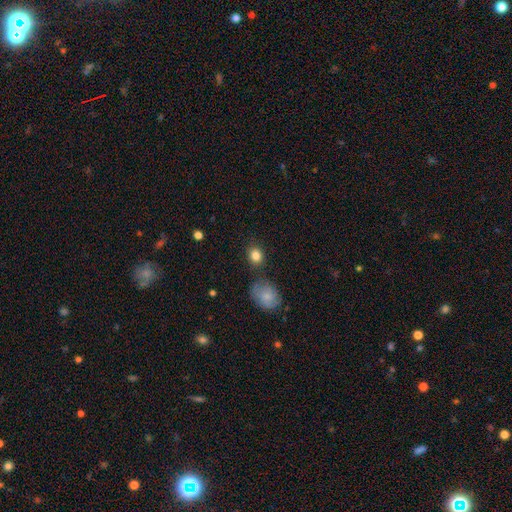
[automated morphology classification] The model was most divided on "how rounded": round: 72%, in between: 26%, cigar-shaped: 1%. More confident: smooth or featured — smooth (85%); merging — none (80%).